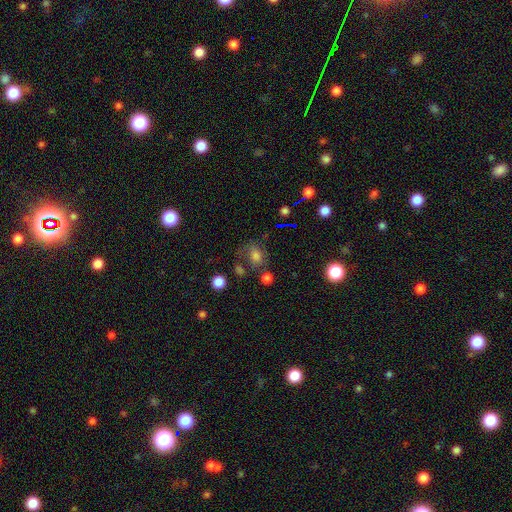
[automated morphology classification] smooth_or_featured: smooth (p=0.69) [alt: star or artifact p=0.18]
how_rounded: in between (p=0.58) [alt: round p=0.40]
merging: none (p=0.51) [alt: minor disturbance p=0.21]